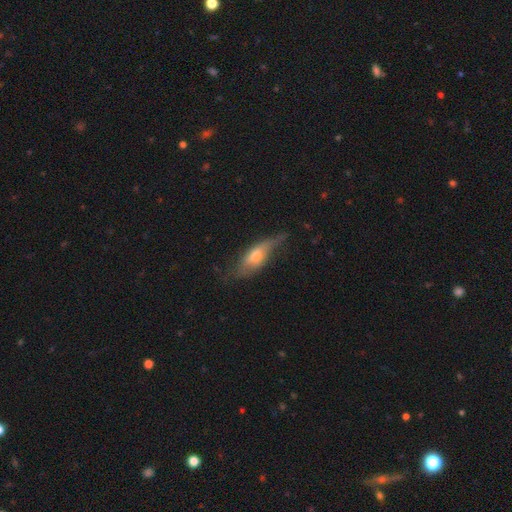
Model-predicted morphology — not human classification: smooth-or-featured: featured or disk: 49% | smooth: 44% | star or artifact: 7%
  merging: none: 51% | minor disturbance: 33% | major disturbance: 14% | merger: 2%